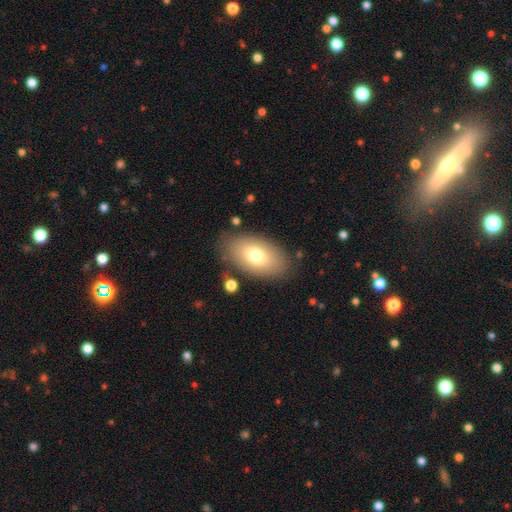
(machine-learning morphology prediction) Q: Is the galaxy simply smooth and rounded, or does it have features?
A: smooth — 72%.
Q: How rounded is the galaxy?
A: in between — 92%.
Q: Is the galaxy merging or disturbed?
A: none — 81%.